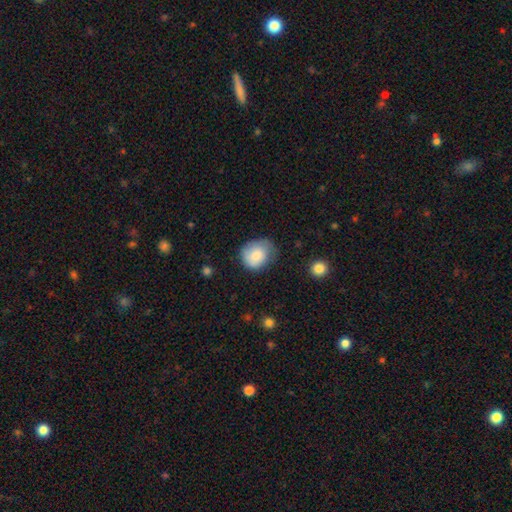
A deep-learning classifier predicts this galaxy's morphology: A smooth galaxy with no disk features (79%) that is round (60%). Merging: none (48%).